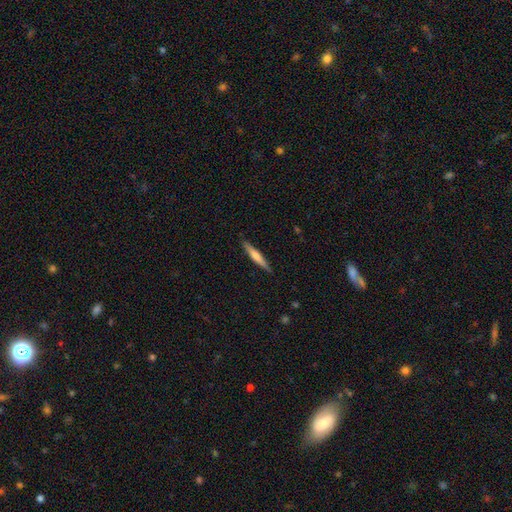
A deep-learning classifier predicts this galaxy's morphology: A smooth galaxy with no disk features (49%).

Vote fractions:
- Smooth or featured? smooth: 49% / featured or disk: 45% / star or artifact: 6%
- Merging? none: 90% / minor disturbance: 7% / major disturbance: 1% / merger: 1%